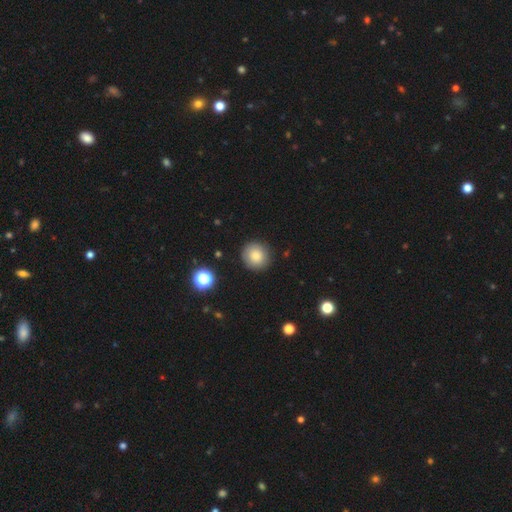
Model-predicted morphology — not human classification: smooth_or_featured: smooth (p=0.84) [alt: star or artifact p=0.10]
how_rounded: round (p=0.92) [alt: in between p=0.07]
merging: none (p=0.89) [alt: minor disturbance p=0.07]